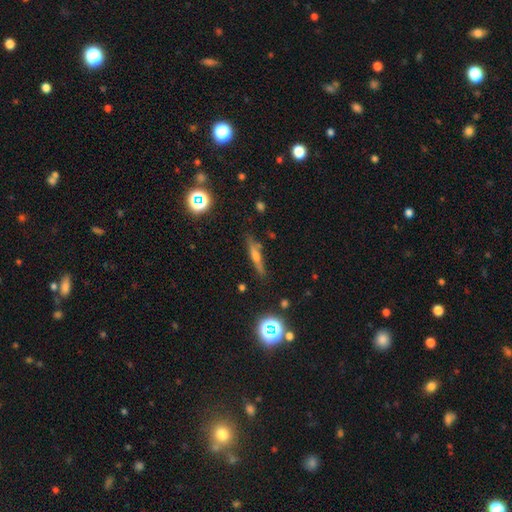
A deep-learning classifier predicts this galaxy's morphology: Q: Smooth or featured?
A: featured or disk (53%); runner-up: smooth (31%)
Q: Edge-on disk?
A: yes (90%); runner-up: no (10%)
Q: Merging?
A: none (84%); runner-up: minor disturbance (11%)